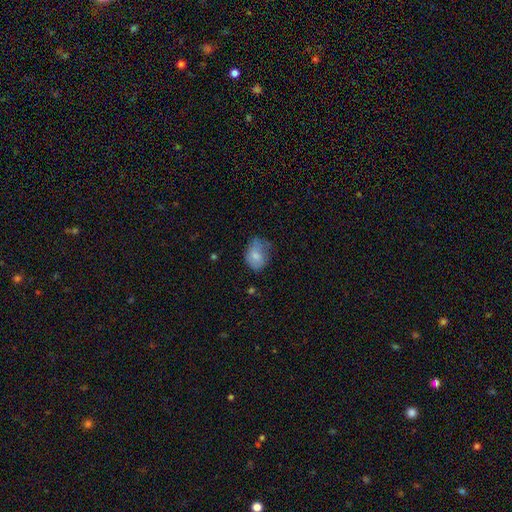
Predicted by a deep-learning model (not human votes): Overall: smooth (77%). How rounded: in between (68%; round 31%). Merging: none (47%; minor disturbance 37%).